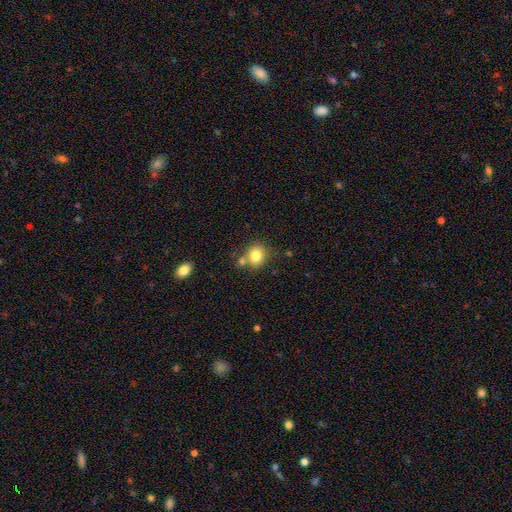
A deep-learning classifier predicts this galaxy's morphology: The model was most divided on "merging": none: 64%, merger: 20%, minor disturbance: 12%, major disturbance: 4%. More confident: smooth or featured — smooth (81%); how rounded — round (77%).